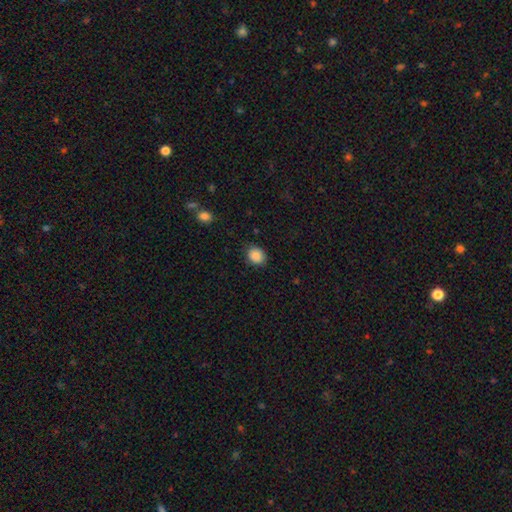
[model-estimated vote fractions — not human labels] Overall: smooth (88%). How rounded: round (64%; in between 35%). Merging: none (83%).